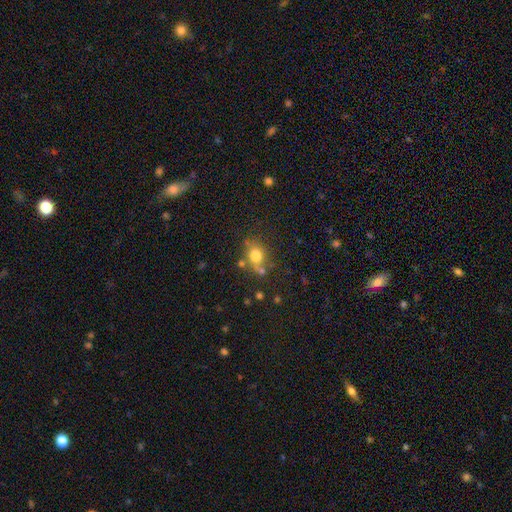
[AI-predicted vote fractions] Smooth or featured? Predicted: smooth (p=0.74). How rounded? Predicted: round (p=0.67). Merging? Predicted: none (p=0.59).